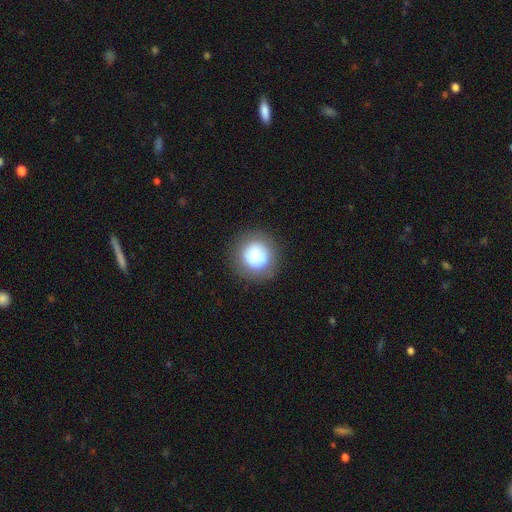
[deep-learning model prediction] Q: Smooth or featured?
A: smooth (77%); runner-up: featured or disk (14%)
Q: How rounded?
A: round (92%); runner-up: in between (7%)
Q: Merging?
A: none (83%); runner-up: minor disturbance (11%)